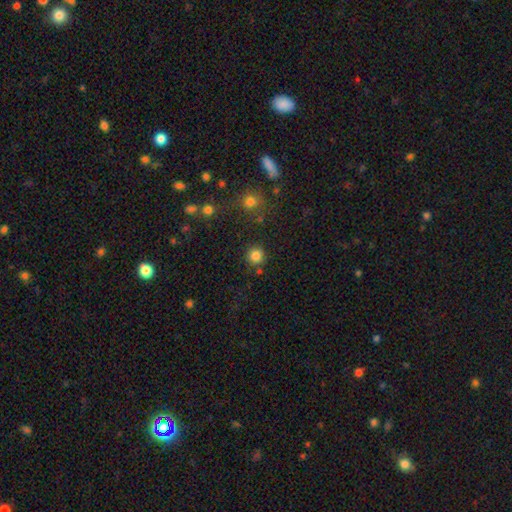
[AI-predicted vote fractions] Smooth or featured?
  - smooth: 84% *
  - star or artifact: 12%
  - featured or disk: 4%
How rounded?
  - round: 94% *
  - in between: 5%
  - cigar-shaped: 1%
Merging?
  - none: 86% *
  - minor disturbance: 7%
  - merger: 4%
  - major disturbance: 3%